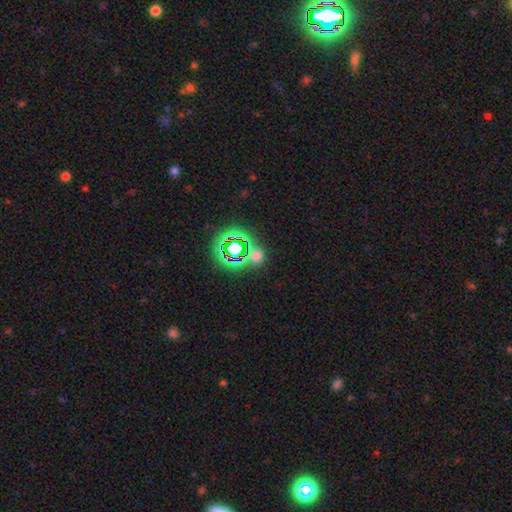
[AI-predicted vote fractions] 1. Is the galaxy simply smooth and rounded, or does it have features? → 48% star or artifact, 45% smooth, 7% featured or disk.